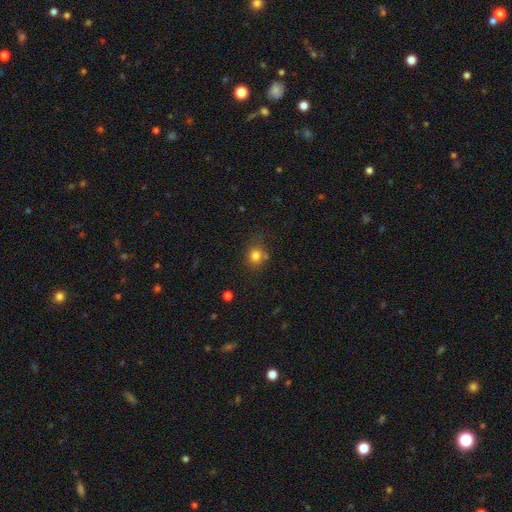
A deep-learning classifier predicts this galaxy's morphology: The model was most divided on "merging": none: 72%, minor disturbance: 16%, merger: 7%, major disturbance: 5%. More confident: how rounded — round (82%); smooth or featured — smooth (80%).